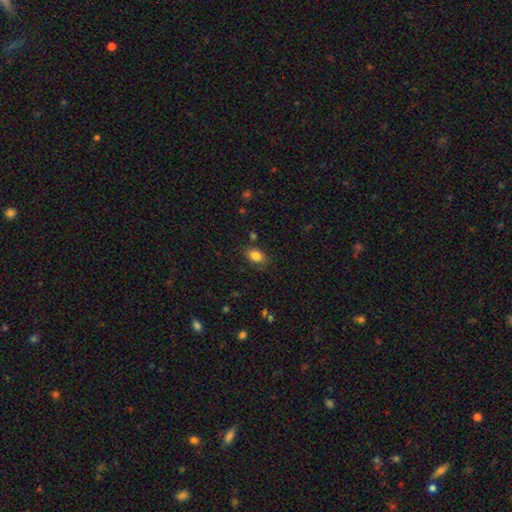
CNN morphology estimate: Overall: smooth (84%). How rounded: in between (82%). Merging: none (81%).